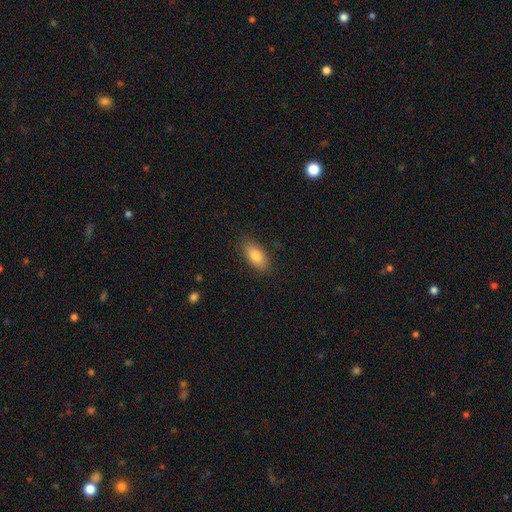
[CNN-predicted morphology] The model was most divided on "smooth or featured": smooth: 81%, featured or disk: 12%, star or artifact: 7%. More confident: how rounded — in between (89%); merging — none (85%).